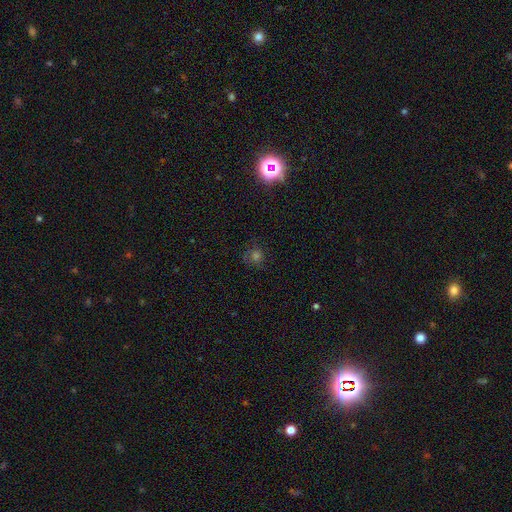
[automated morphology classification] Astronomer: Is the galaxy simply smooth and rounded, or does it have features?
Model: smooth — 43% (runner-up: star or artifact, 40%).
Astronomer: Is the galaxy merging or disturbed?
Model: none — 76%.